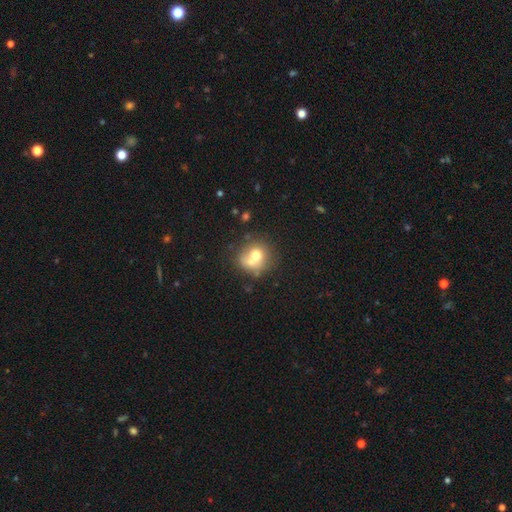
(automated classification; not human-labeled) Smooth or featured? Predicted: smooth (p=0.66). How rounded? Predicted: round (p=0.83). Merging? Predicted: none (p=0.43).